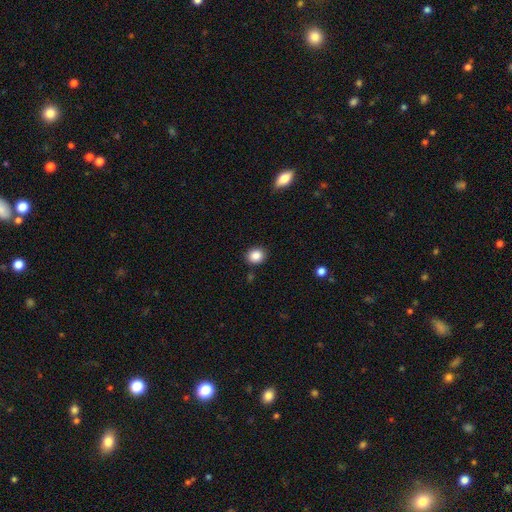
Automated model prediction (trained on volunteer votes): Smooth or featured: smooth — 86% (star or artifact — 10%)
How rounded: round — 72% (in between — 27%)
Merging: none — 88% (minor disturbance — 8%)